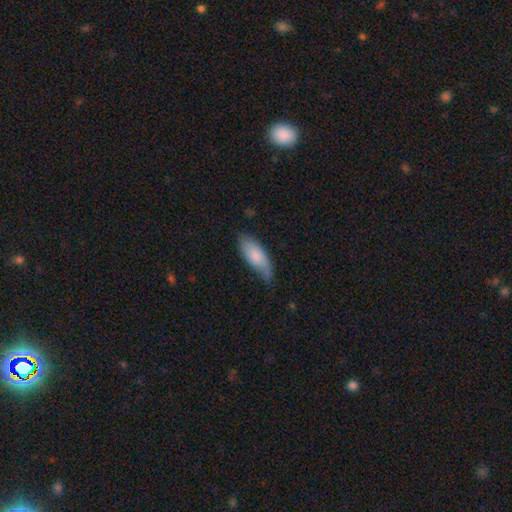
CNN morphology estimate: A smooth galaxy with no disk features (79%) that is in between round and cigar-shaped (79%).

Vote fractions:
- Smooth or featured? smooth: 79% / featured or disk: 16% / star or artifact: 5%
- How rounded? in between: 79% / cigar-shaped: 19% / round: 2%
- Merging? none: 57% / minor disturbance: 35% / major disturbance: 7% / merger: 2%